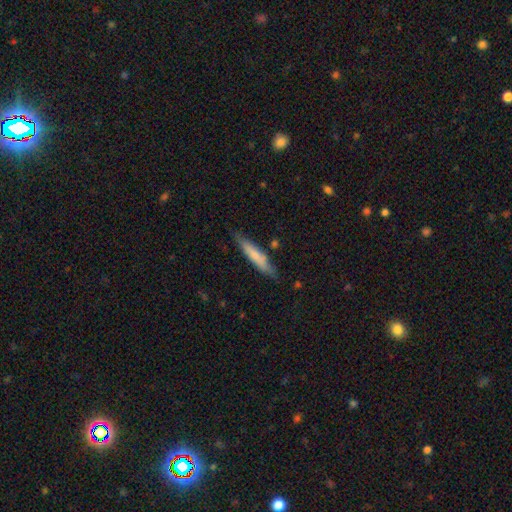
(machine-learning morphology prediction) A smooth galaxy with no disk features (70%) that is cigar-shaped (89%).

Vote fractions:
- Smooth or featured? smooth: 70% / featured or disk: 24% / star or artifact: 6%
- How rounded? cigar-shaped: 89% / in between: 10% / round: 1%
- Merging? none: 79% / minor disturbance: 16% / merger: 3% / major disturbance: 3%